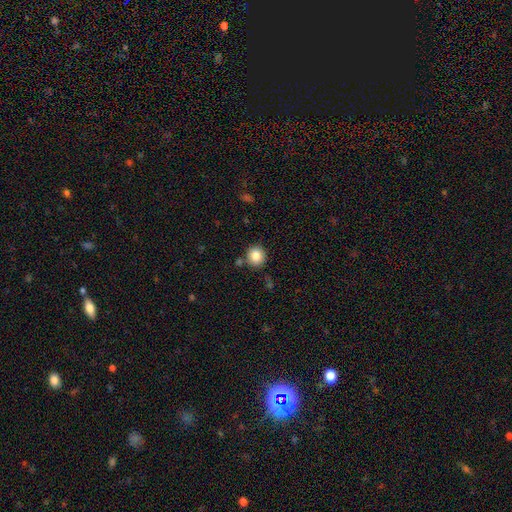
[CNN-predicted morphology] Overall: smooth (84%). How rounded: round (91%). Merging: none (84%).